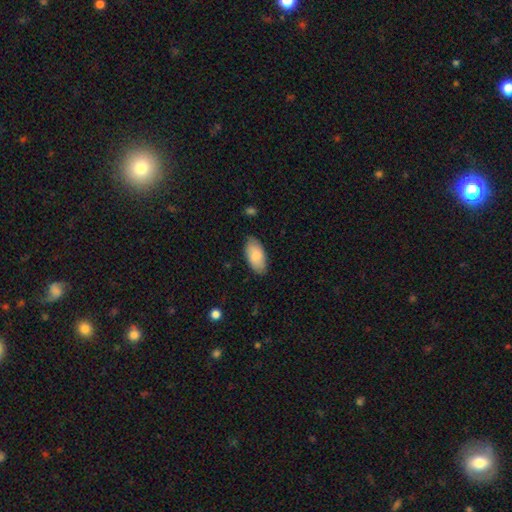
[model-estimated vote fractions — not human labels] This is clearly a smooth galaxy (83%). How rounded: clearly in between (94%). Merging: clearly none (83%).